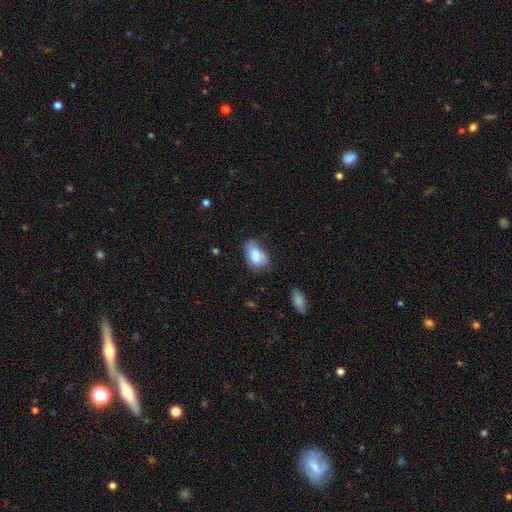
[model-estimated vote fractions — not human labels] Smooth or featured: smooth — 79% (featured or disk — 13%)
How rounded: in between — 87% (round — 12%)
Merging: none — 54% (minor disturbance — 34%)